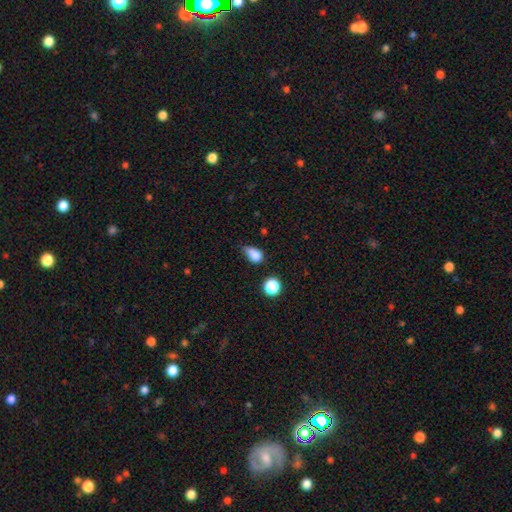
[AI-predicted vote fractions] This is clearly a smooth galaxy (82%). How rounded: likely in between (74%). Merging: possibly minor disturbance (46%).